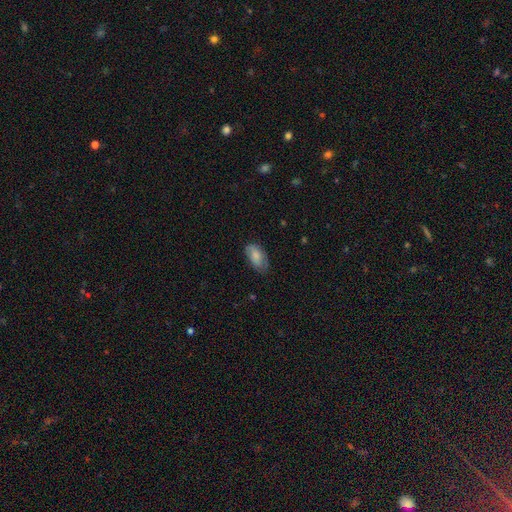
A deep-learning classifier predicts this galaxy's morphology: Smooth or featured: smooth — 75% (featured or disk — 19%)
How rounded: in between — 93% (round — 4%)
Merging: none — 62% (minor disturbance — 29%)